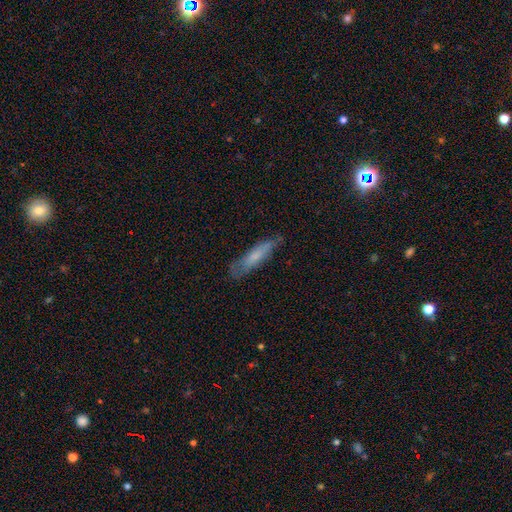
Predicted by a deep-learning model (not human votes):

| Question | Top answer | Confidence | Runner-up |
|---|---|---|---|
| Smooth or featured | smooth | 64% | featured or disk (29%) |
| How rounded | cigar-shaped | 75% | in between (23%) |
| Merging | none | 68% | minor disturbance (24%) |